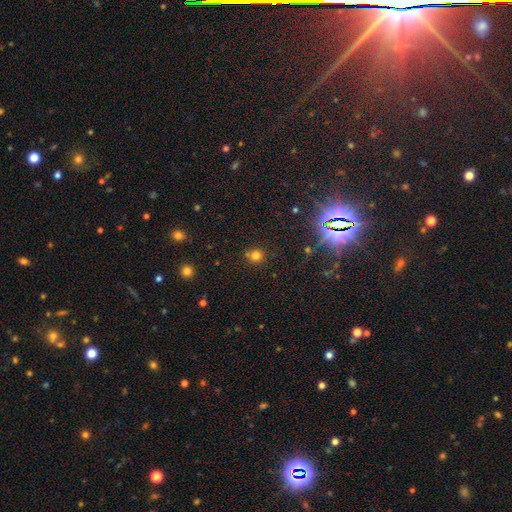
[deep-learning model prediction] Morphology: type=smooth (74%); roundness=round (88%); merging=none (79%).